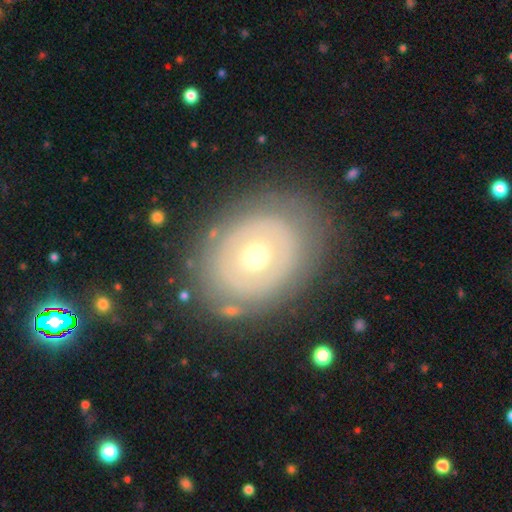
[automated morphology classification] type=featured or disk (57%); edge-on=no (95%); bar=no (89%); spiral arms=no (84%); bulge=moderate (56%); merging=none (80%).